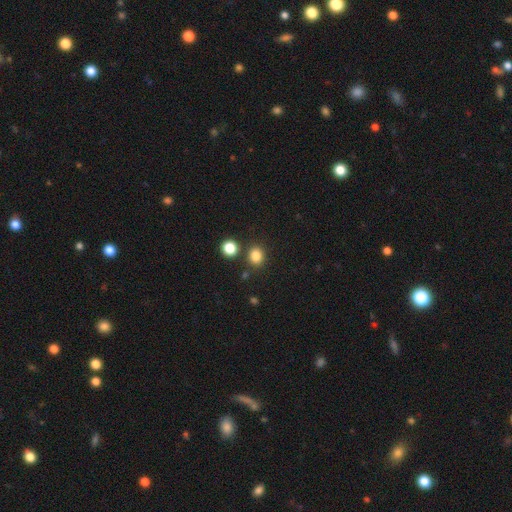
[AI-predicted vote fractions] Smooth or featured: smooth — 83% (star or artifact — 13%)
How rounded: round — 70% (in between — 29%)
Merging: none — 81% (minor disturbance — 8%)